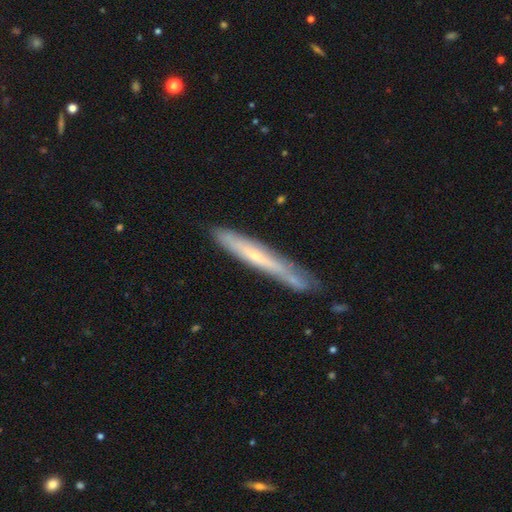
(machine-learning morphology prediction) smooth-or-featured: featured or disk: 60% | smooth: 34% | star or artifact: 6%
  disk-edge-on: yes: 83% | no: 17%
  merging: none: 71% | minor disturbance: 20% | merger: 5% | major disturbance: 4%